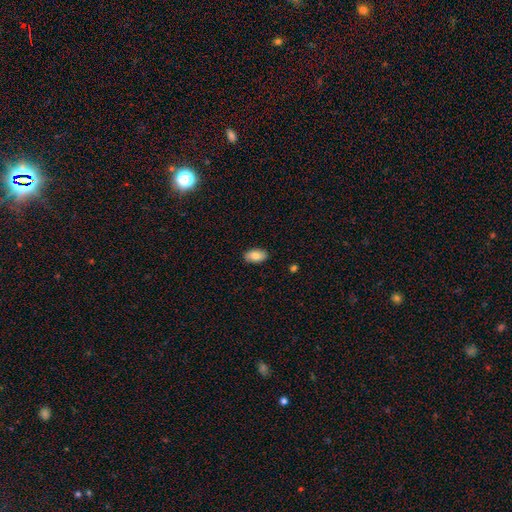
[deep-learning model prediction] A smooth galaxy with no disk features (83%) that is in between round and cigar-shaped (94%). Merging: none (88%).